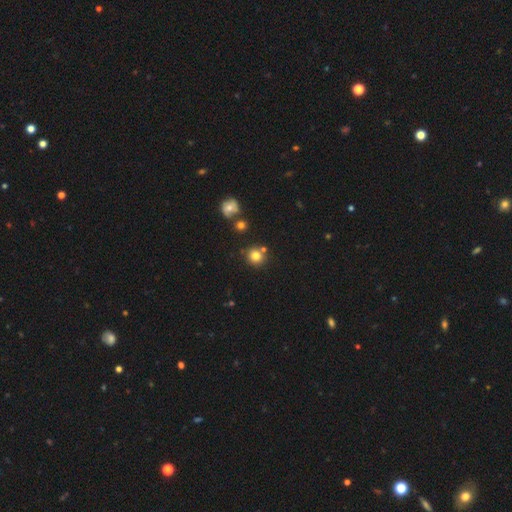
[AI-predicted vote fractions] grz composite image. It shows a smooth galaxy with no disk features (79%) that is round (90%). Merging: none (77%).